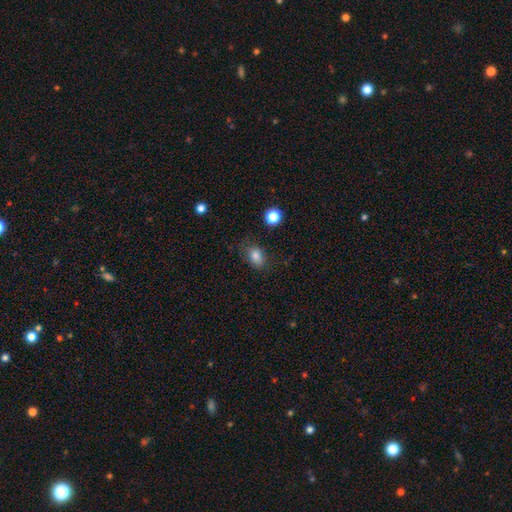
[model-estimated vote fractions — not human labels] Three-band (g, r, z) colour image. It shows a smooth galaxy with no disk features (83%) that is in between round and cigar-shaped (76%). Merging: none (72%).